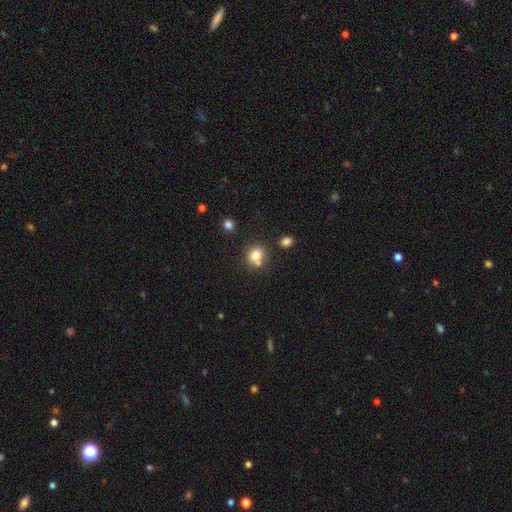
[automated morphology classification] A smooth galaxy with no disk features (78%) that is round (71%).

Vote fractions:
- Smooth or featured? smooth: 78% / star or artifact: 11% / featured or disk: 11%
- How rounded? round: 71% / in between: 28% / cigar-shaped: 1%
- Merging? none: 57% / merger: 25% / minor disturbance: 14% / major disturbance: 4%